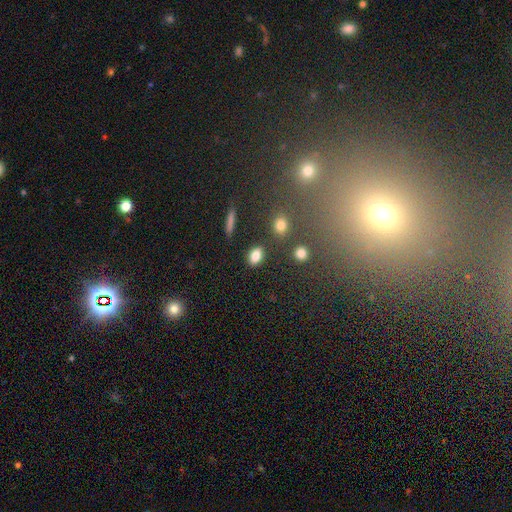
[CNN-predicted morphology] Overall: smooth (83%). How rounded: in between (80%). Merging: none (81%).